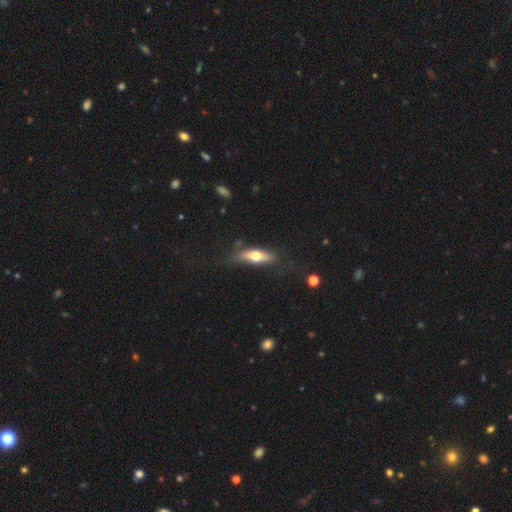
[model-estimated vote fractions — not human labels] smooth 51%, featured or disk 43%, star or artifact 6%. Down the decision tree: how rounded — cigar-shaped (55%); merging — none (70%).